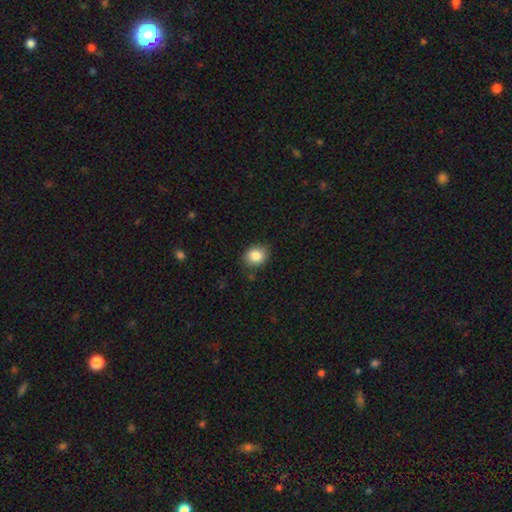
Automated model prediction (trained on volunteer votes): smooth-or-featured: smooth: 86% | star or artifact: 9% | featured or disk: 6%
  how-rounded: round: 59% | in between: 40% | cigar-shaped: 1%
  merging: none: 82% | minor disturbance: 14% | major disturbance: 3% | merger: 1%